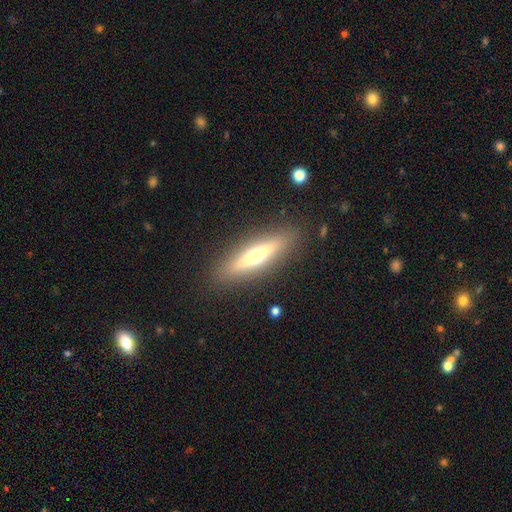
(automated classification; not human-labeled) smooth-or-featured: featured or disk: 57% | smooth: 37% | star or artifact: 7%
  disk-edge-on: yes: 90% | no: 10%
    edge-on-bulge: rounded: 90% | none: 6% | boxy: 4%
  merging: none: 88% | minor disturbance: 8% | major disturbance: 3% | merger: 1%